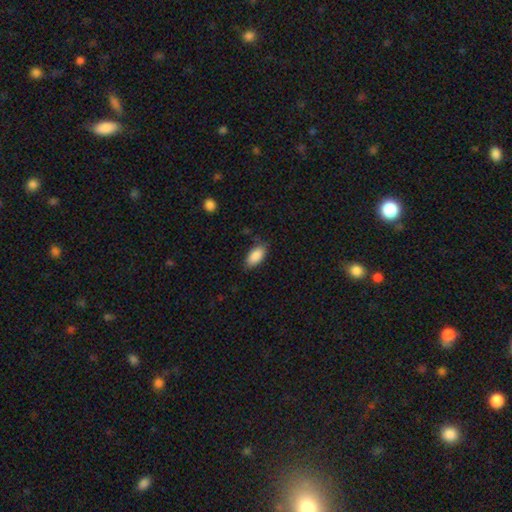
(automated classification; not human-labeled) Smooth or featured?
  - smooth: 89% *
  - star or artifact: 7%
  - featured or disk: 4%
How rounded?
  - in between: 92% *
  - cigar-shaped: 5%
  - round: 3%
Merging?
  - none: 80% *
  - minor disturbance: 15%
  - major disturbance: 3%
  - merger: 1%